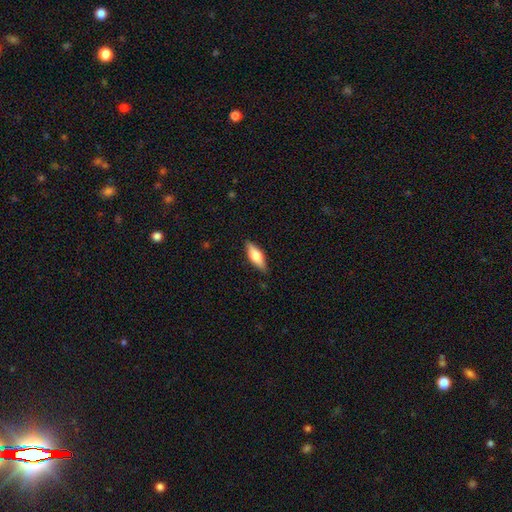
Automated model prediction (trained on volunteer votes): Smooth or featured?
  - smooth: 66% *
  - featured or disk: 28%
  - star or artifact: 6%
How rounded?
  - in between: 60% *
  - cigar-shaped: 38%
  - round: 2%
Merging?
  - none: 86% *
  - minor disturbance: 11%
  - major disturbance: 2%
  - merger: 1%